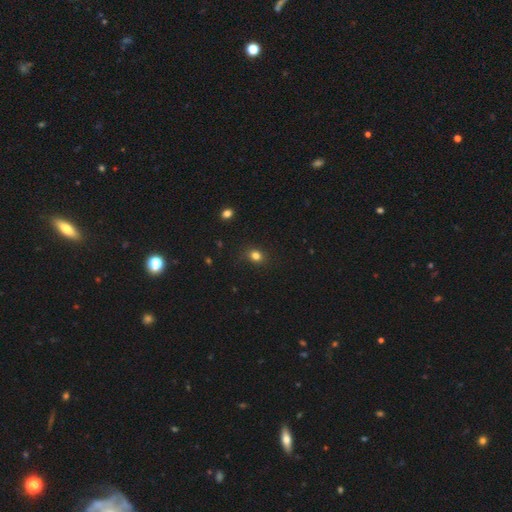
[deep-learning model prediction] This appears to be a smooth galaxy with no disk features (80%) that is round (61%). Merging: none (82%).